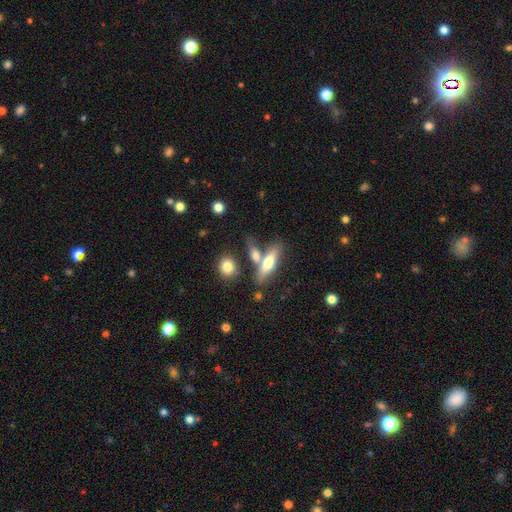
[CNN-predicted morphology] This appears to be a smooth galaxy with no disk features (56%) that is cigar-shaped (53%). Merging: none (54%).